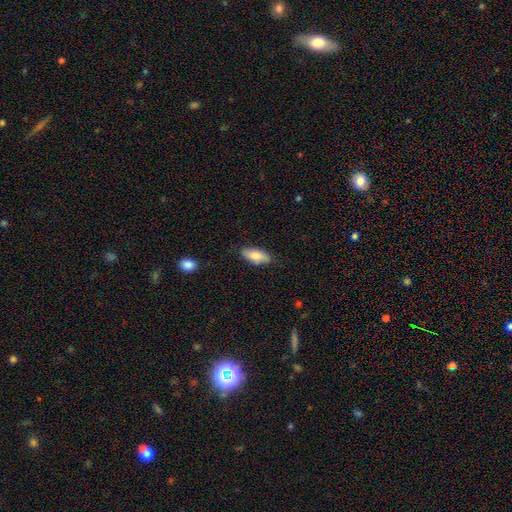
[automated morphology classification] A smooth galaxy with no disk features (79%) that is in between round and cigar-shaped (84%).

Vote fractions:
- Smooth or featured? smooth: 79% / featured or disk: 15% / star or artifact: 6%
- How rounded? in between: 84% / cigar-shaped: 14% / round: 2%
- Merging? none: 82% / minor disturbance: 14% / major disturbance: 2% / merger: 1%